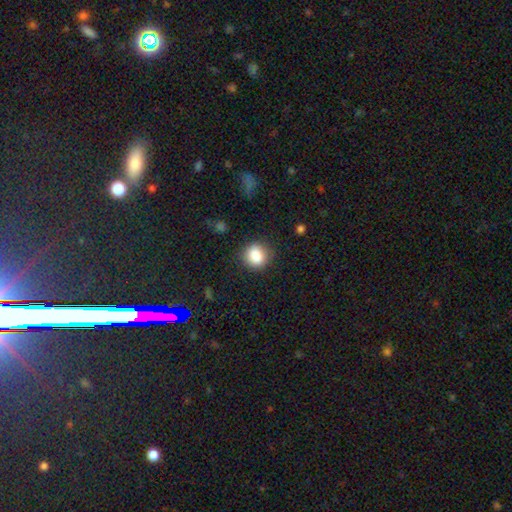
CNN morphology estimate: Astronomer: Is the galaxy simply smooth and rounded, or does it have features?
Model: smooth — 86%.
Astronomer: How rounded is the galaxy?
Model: round — 83%.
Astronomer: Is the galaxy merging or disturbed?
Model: none — 83%.